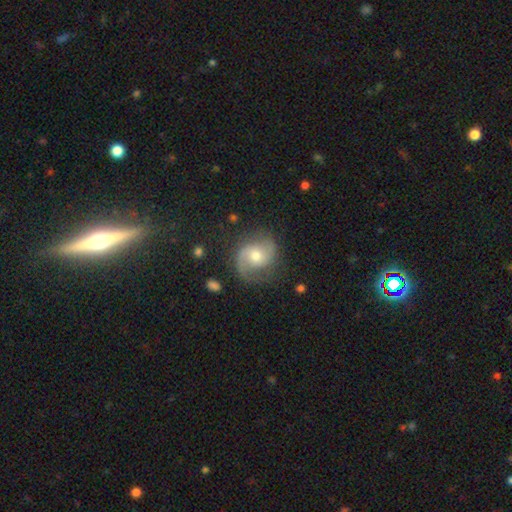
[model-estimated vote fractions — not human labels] featured or disk 80%, smooth 13%, star or artifact 7%. Down the decision tree: edge-on disk — no (98%); bar — no (59%); spiral arms — yes (95%); spiral arm count — 2 (87%); spiral winding — medium (51%); bulge size — moderate (63%); merging — none (76%).